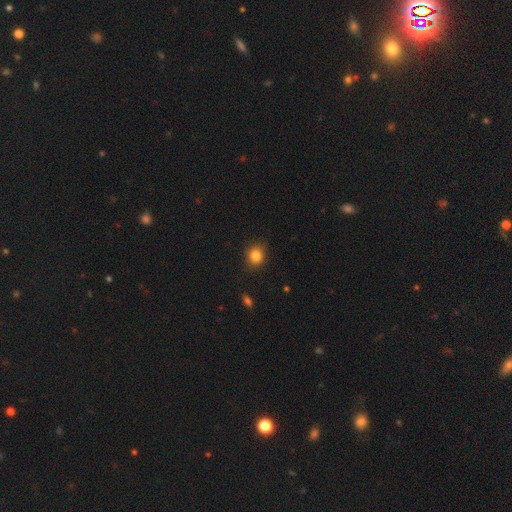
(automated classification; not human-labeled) The model was most divided on "how rounded": round: 75%, in between: 24%, cigar-shaped: 1%. More confident: merging — none (86%); smooth or featured — smooth (83%).